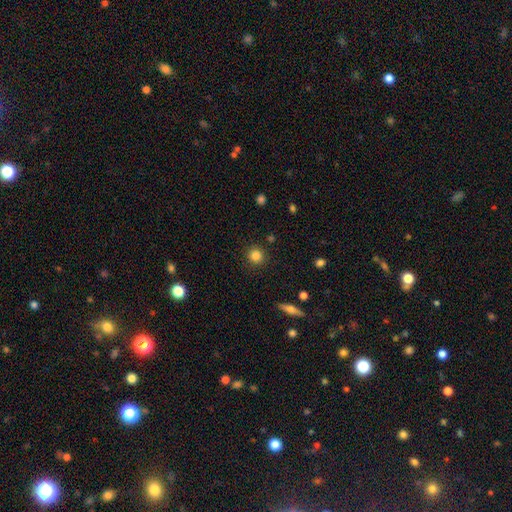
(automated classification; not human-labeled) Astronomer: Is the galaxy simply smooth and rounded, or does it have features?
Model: smooth — 84%.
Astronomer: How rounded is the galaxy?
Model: round — 93%.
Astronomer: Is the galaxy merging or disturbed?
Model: none — 90%.